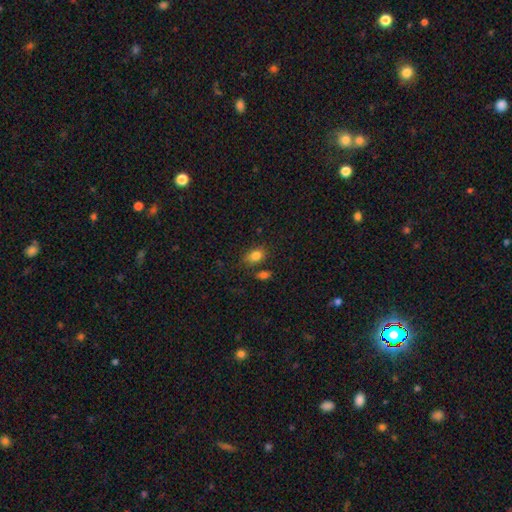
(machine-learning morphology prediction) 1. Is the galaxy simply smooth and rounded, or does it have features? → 83% smooth, 10% star or artifact, 7% featured or disk.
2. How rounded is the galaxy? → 79% in between, 19% round, 2% cigar-shaped.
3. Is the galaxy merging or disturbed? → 69% none, 16% minor disturbance, 11% merger, 5% major disturbance.